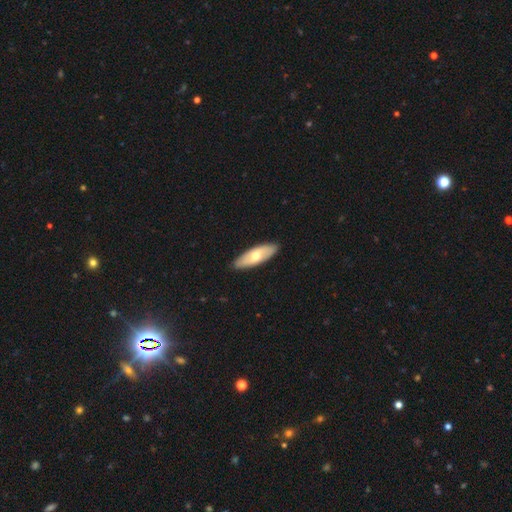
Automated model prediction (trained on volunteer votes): smooth_or_featured: smooth (p=0.58) [alt: featured or disk p=0.37]
how_rounded: in between (p=0.67) [alt: cigar-shaped p=0.31]
merging: none (p=0.89) [alt: minor disturbance p=0.09]